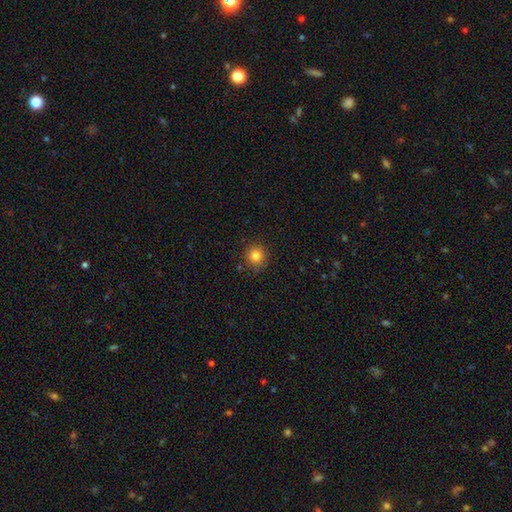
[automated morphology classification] Smooth or featured? Predicted: smooth (p=0.83). How rounded? Predicted: round (p=0.92). Merging? Predicted: none (p=0.86).